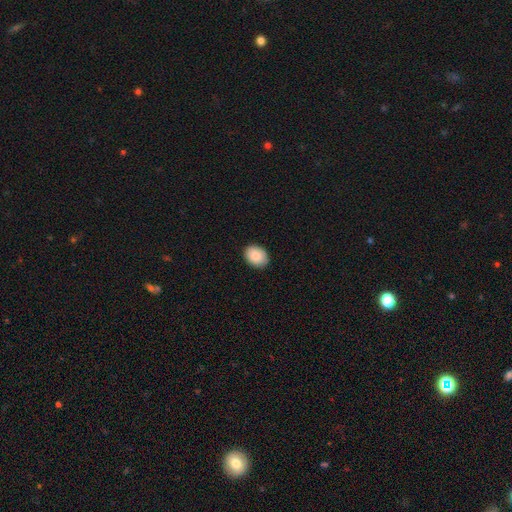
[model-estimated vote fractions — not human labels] Morphology: type=smooth (86%); roundness=in between (64%); merging=none (90%).